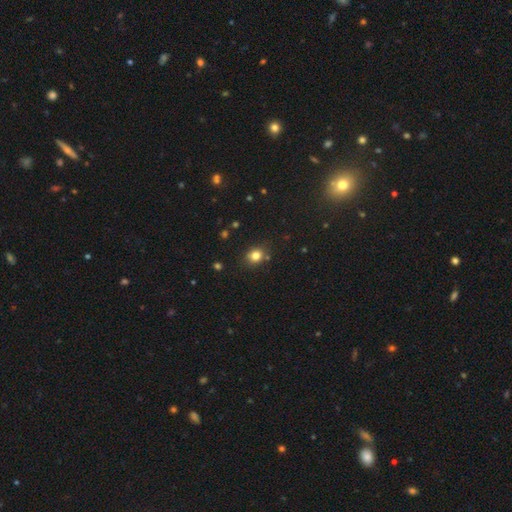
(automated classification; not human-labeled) Morphology: type=smooth (81%); roundness=round (64%); merging=none (82%).